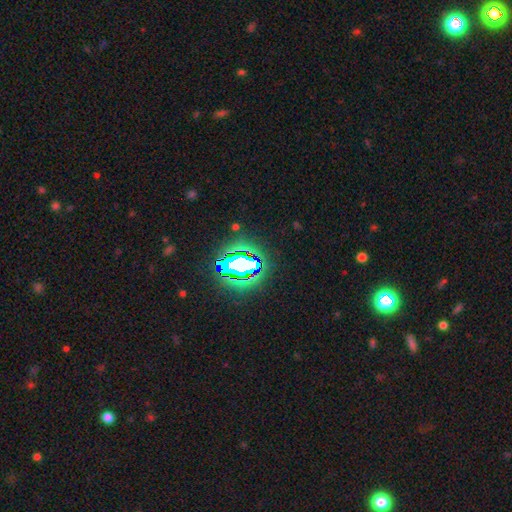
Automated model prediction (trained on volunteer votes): The model was most divided on "smooth or featured": star or artifact: 80%, smooth: 13%, featured or disk: 7%.